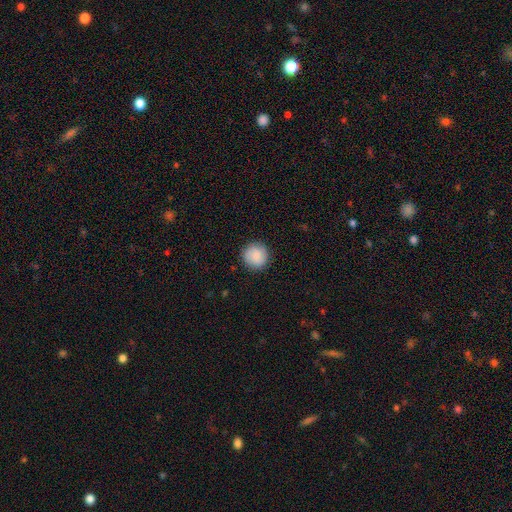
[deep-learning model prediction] This is clearly a smooth galaxy (81%). How rounded: clearly round (94%). Merging: clearly none (89%).